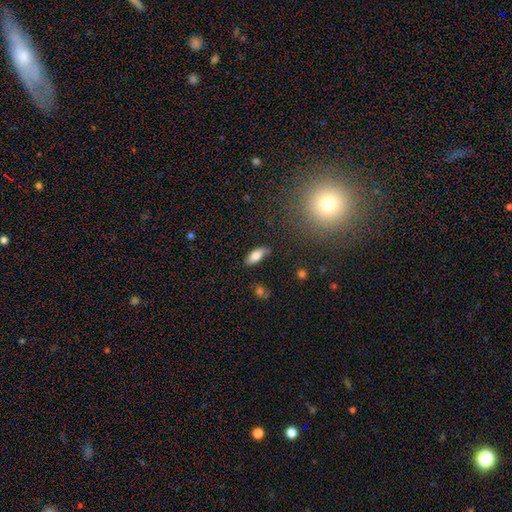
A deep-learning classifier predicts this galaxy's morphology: This appears to be a smooth galaxy with no disk features (77%) that is in between round and cigar-shaped (81%). Merging: none (80%).